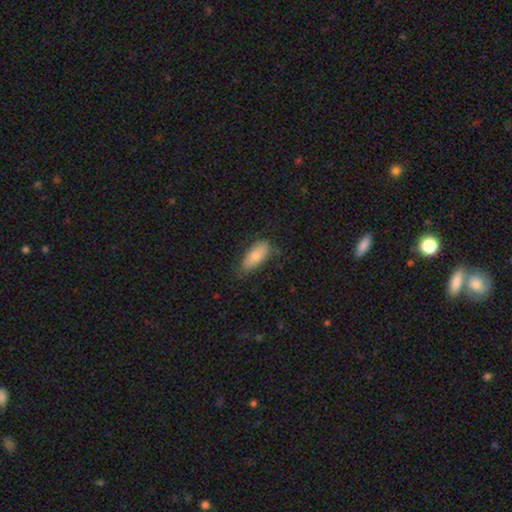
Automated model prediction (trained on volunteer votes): This is likely a smooth galaxy (75%). How rounded: clearly in between (82%). Merging: likely none (71%).